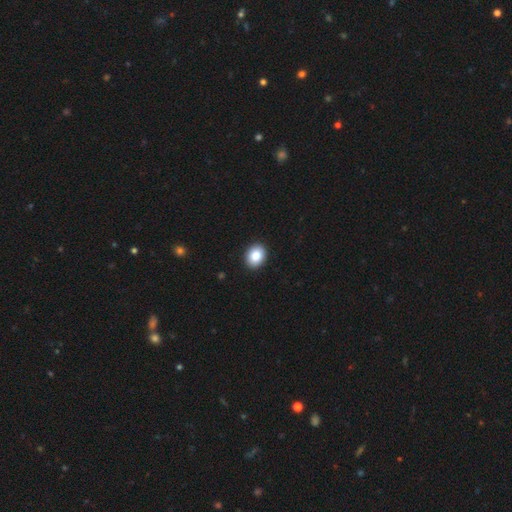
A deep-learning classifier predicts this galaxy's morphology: Smooth or featured? smooth (85%)
How rounded? in between (54%)
Merging? none (92%)